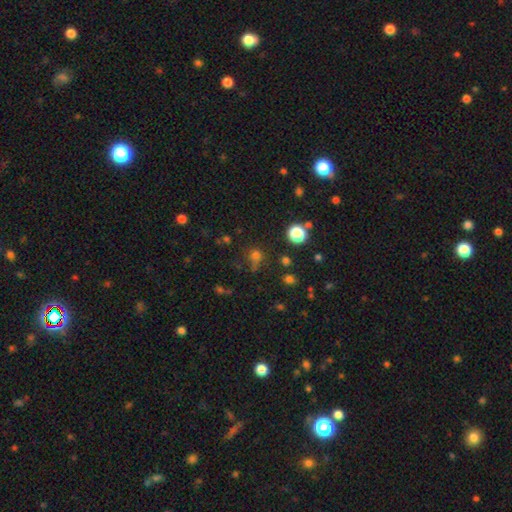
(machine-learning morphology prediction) Overall: smooth (63%; star or artifact 30%). How rounded: round (83%). Merging: none (62%).